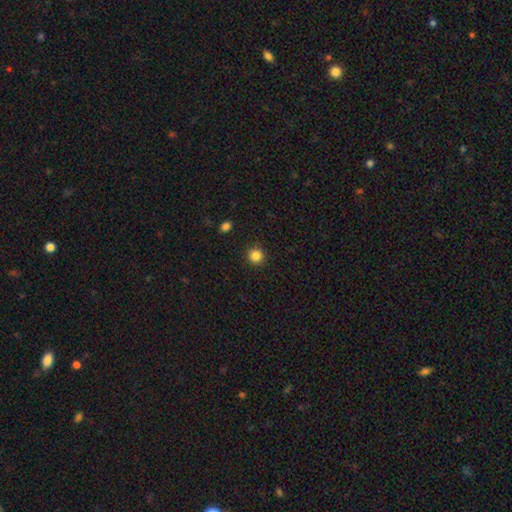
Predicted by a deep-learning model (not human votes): A smooth galaxy with no disk features (85%) that is round (94%).

Vote fractions:
- Smooth or featured? smooth: 85% / star or artifact: 11% / featured or disk: 4%
- How rounded? round: 94% / in between: 5% / cigar-shaped: 1%
- Merging? none: 92% / minor disturbance: 5% / major disturbance: 2% / merger: 1%